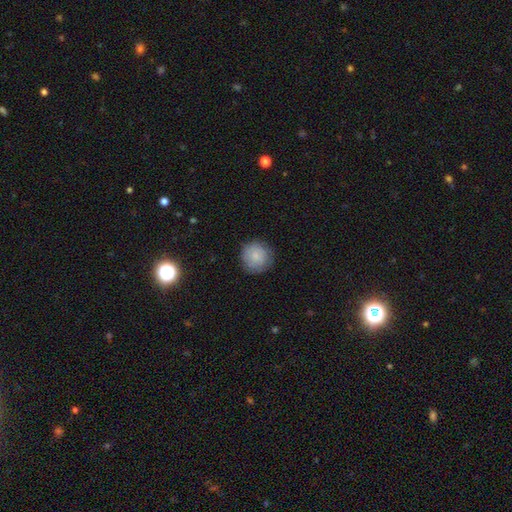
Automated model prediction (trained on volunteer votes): Smooth or featured: smooth — 84% (featured or disk — 9%)
How rounded: round — 93% (in between — 6%)
Merging: none — 84% (minor disturbance — 12%)